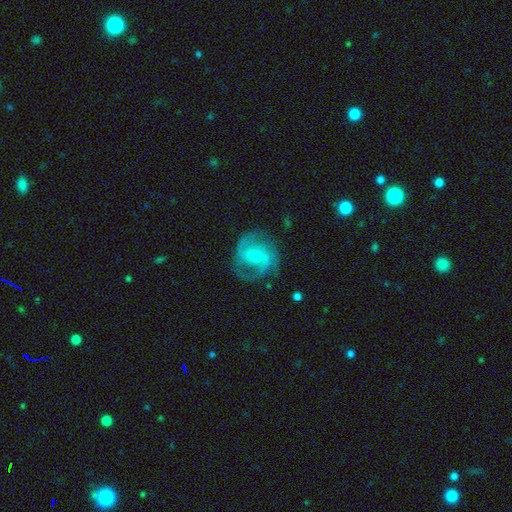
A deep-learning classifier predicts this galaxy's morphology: Q: Smooth or featured?
A: featured or disk (77%); runner-up: smooth (16%)
Q: Edge-on disk?
A: no (97%); runner-up: yes (3%)
Q: Bar?
A: weak (43%); runner-up: no (39%)
Q: Spiral arms?
A: yes (91%); runner-up: no (9%)
Q: Spiral winding?
A: medium (49%); runner-up: tight (27%)
Q: Spiral arm count?
A: 2 (66%); runner-up: can't tell (13%)
Q: Bulge size?
A: moderate (49%); runner-up: small (47%)
Q: Merging?
A: none (69%); runner-up: minor disturbance (19%)